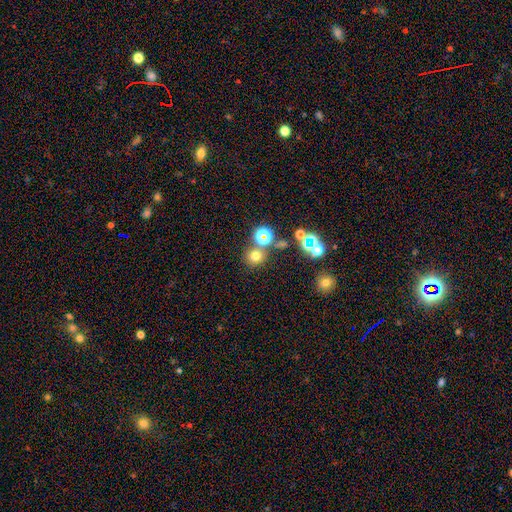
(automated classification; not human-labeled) Smooth or featured? smooth (68%)
How rounded? round (91%)
Merging? none (75%)